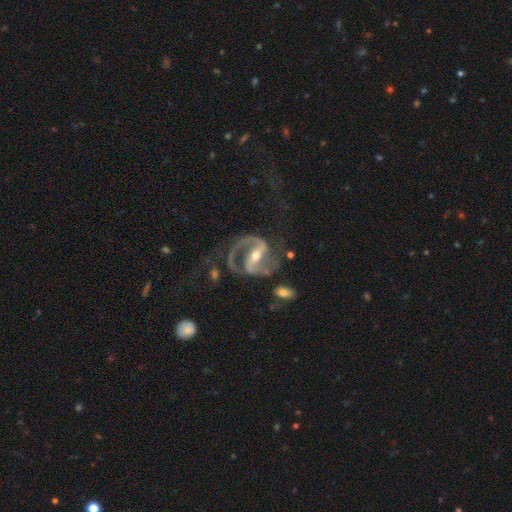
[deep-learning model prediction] This appears to be a featured or disk galaxy (92%) with a strong bar (61%), 2 (87%) medium (59%) spiral arms (98%) and a moderate central bulge (53%). Merging: none (59%).